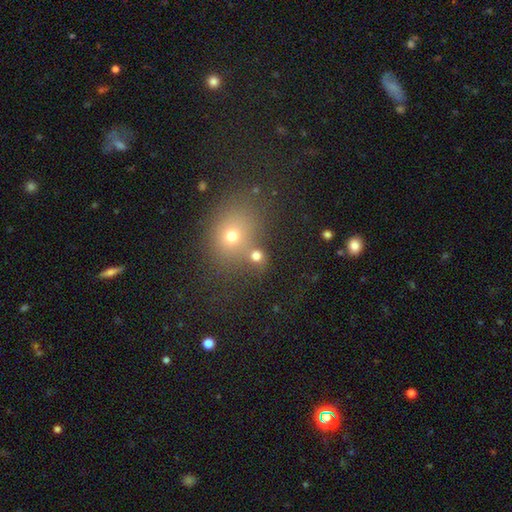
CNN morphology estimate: type=smooth (62%); roundness=round (62%); merging=none (59%).